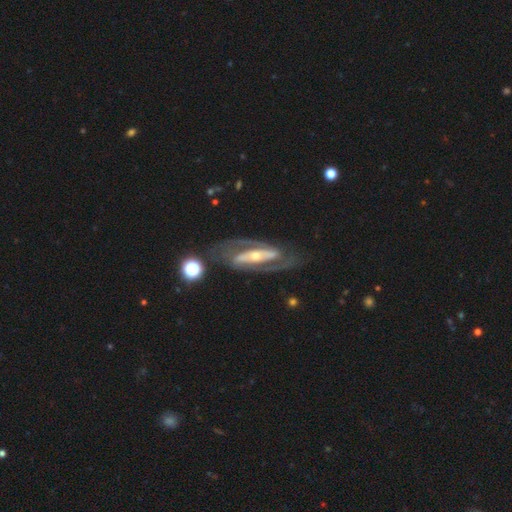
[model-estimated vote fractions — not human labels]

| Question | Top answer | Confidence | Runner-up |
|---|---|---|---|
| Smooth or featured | featured or disk | 89% | smooth (6%) |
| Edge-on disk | no | 92% | yes (8%) |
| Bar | strong | 65% | weak (19%) |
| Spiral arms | yes | 93% | no (7%) |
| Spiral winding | medium | 51% | tight (32%) |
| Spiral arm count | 2 | 91% | can't tell (4%) |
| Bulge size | small | 51% | moderate (43%) |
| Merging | none | 78% | minor disturbance (12%) |